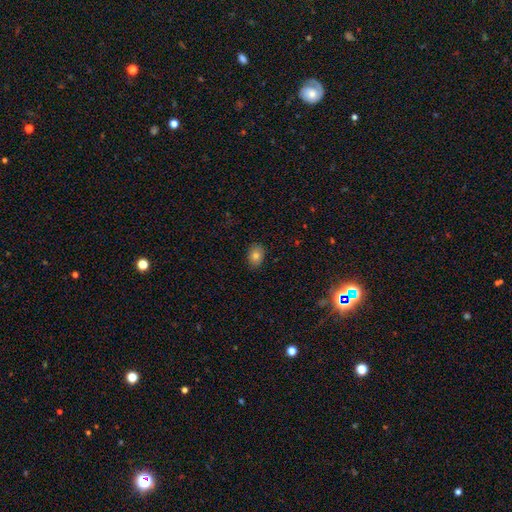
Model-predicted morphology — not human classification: Q: Smooth or featured?
A: smooth (81%); runner-up: star or artifact (10%)
Q: How rounded?
A: in between (69%); runner-up: round (30%)
Q: Merging?
A: none (87%); runner-up: minor disturbance (10%)